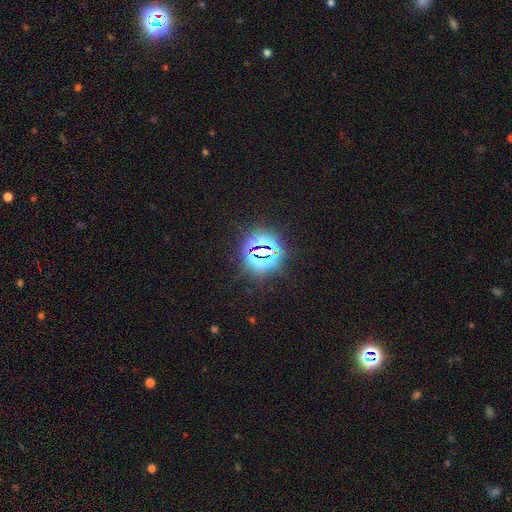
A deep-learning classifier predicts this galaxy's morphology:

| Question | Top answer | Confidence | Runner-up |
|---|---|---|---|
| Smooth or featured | star or artifact | 80% | smooth (13%) |